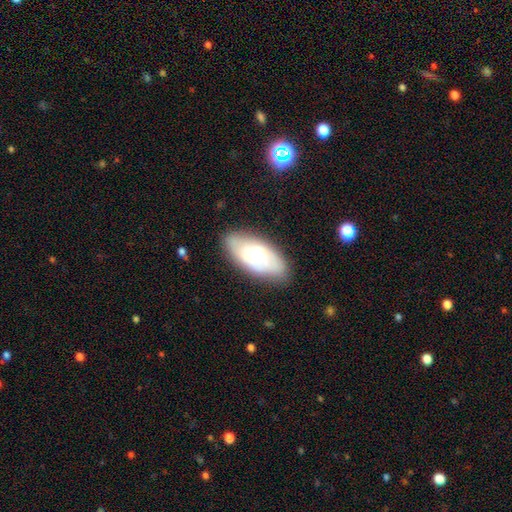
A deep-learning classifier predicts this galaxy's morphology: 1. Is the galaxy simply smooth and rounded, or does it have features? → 48% smooth, 44% featured or disk, 8% star or artifact.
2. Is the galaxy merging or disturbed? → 77% none, 17% minor disturbance, 4% major disturbance, 2% merger.